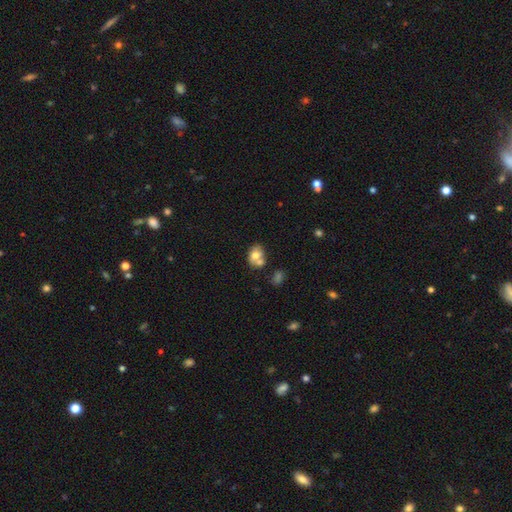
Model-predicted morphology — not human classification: This appears to be a smooth galaxy with no disk features (69%) that is in between round and cigar-shaped (59%). Merging: merger (44%).